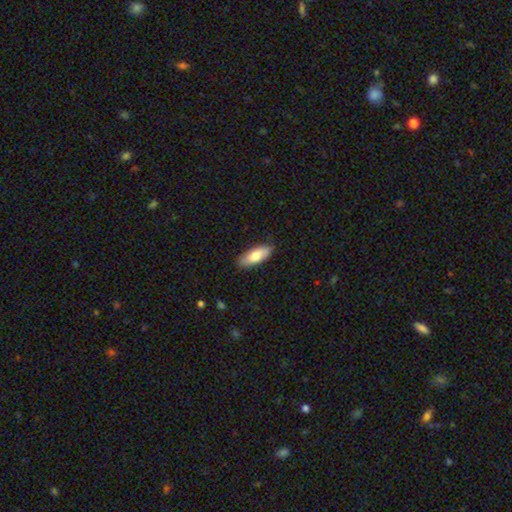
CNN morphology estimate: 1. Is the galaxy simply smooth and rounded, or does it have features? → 77% smooth, 18% featured or disk, 5% star or artifact.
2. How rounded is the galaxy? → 74% in between, 24% cigar-shaped, 2% round.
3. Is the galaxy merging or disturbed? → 86% none, 11% minor disturbance, 2% major disturbance, 1% merger.